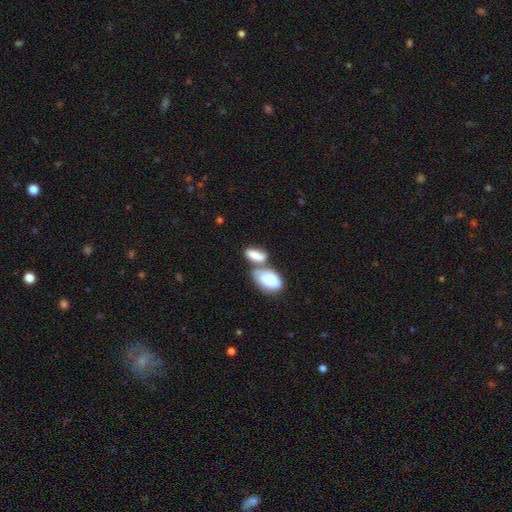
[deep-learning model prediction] smooth-or-featured: smooth: 77% | featured or disk: 15% | star or artifact: 7%
  how-rounded: in between: 88% | cigar-shaped: 7% | round: 5%
  merging: merger: 63% | none: 21% | minor disturbance: 10% | major disturbance: 6%